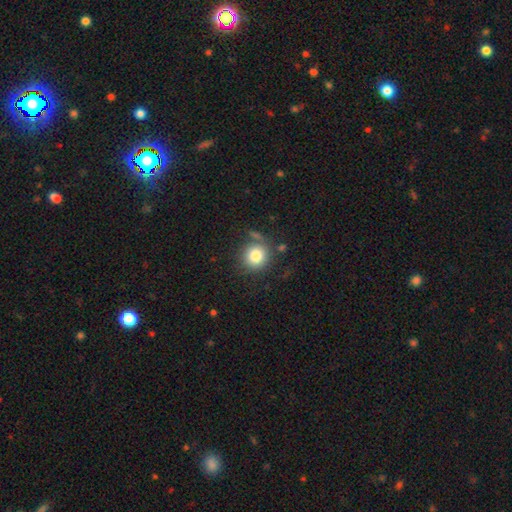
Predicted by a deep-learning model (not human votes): Q: Smooth or featured?
A: smooth (81%); runner-up: star or artifact (10%)
Q: How rounded?
A: round (88%); runner-up: in between (11%)
Q: Merging?
A: none (73%); runner-up: minor disturbance (14%)